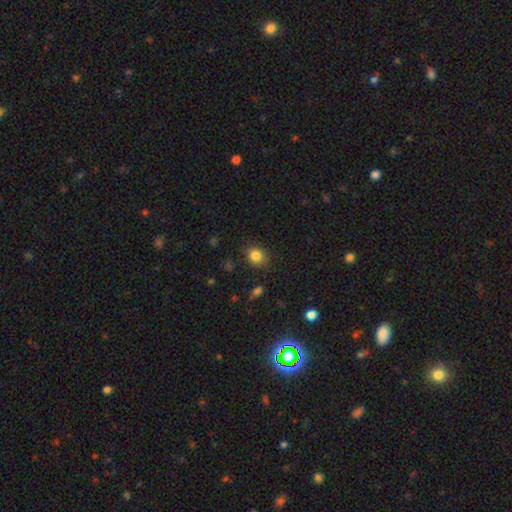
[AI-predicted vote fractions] Smooth or featured: smooth — 84% (star or artifact — 11%)
How rounded: round — 61% (in between — 38%)
Merging: none — 79% (minor disturbance — 15%)